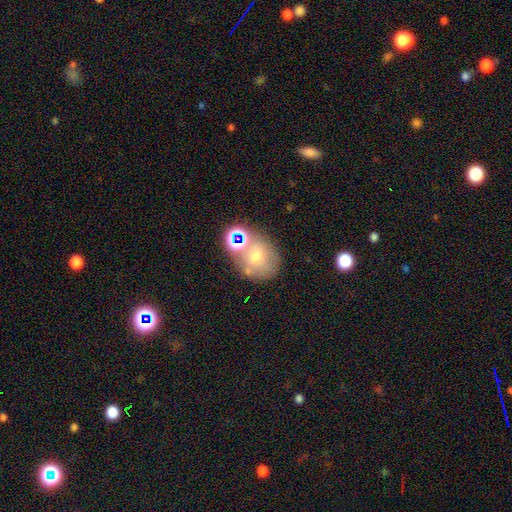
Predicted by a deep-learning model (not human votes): This is possibly a smooth galaxy (50%). Merging: possibly none (56%).